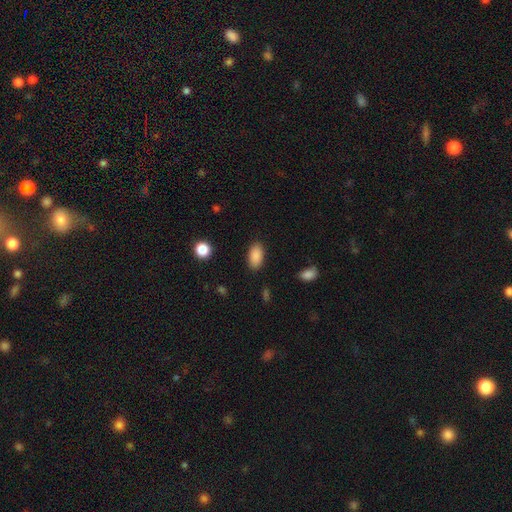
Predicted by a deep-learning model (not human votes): Smooth or featured?
  - smooth: 89% *
  - star or artifact: 7%
  - featured or disk: 4%
How rounded?
  - in between: 93% *
  - round: 4%
  - cigar-shaped: 2%
Merging?
  - none: 87% *
  - minor disturbance: 9%
  - major disturbance: 3%
  - merger: 1%